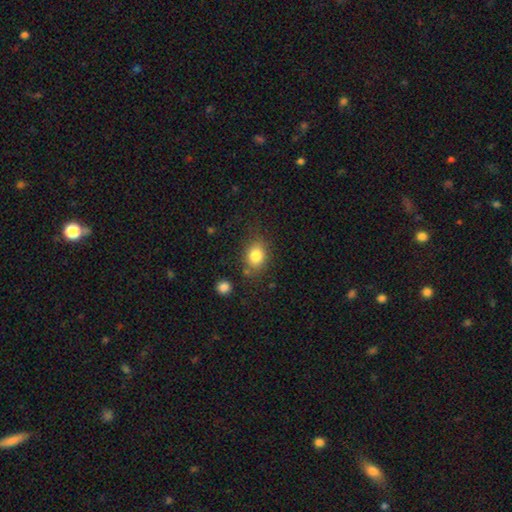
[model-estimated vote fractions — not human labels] Smooth or featured? Predicted: smooth (p=0.82). How rounded? Predicted: in between (p=0.51). Merging? Predicted: none (p=0.73).